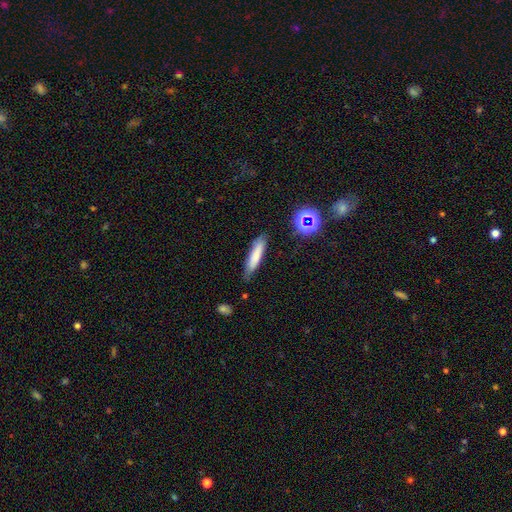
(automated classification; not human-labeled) Q: Smooth or featured?
A: smooth (75%); runner-up: featured or disk (15%)
Q: How rounded?
A: cigar-shaped (81%); runner-up: in between (17%)
Q: Merging?
A: none (76%); runner-up: minor disturbance (18%)